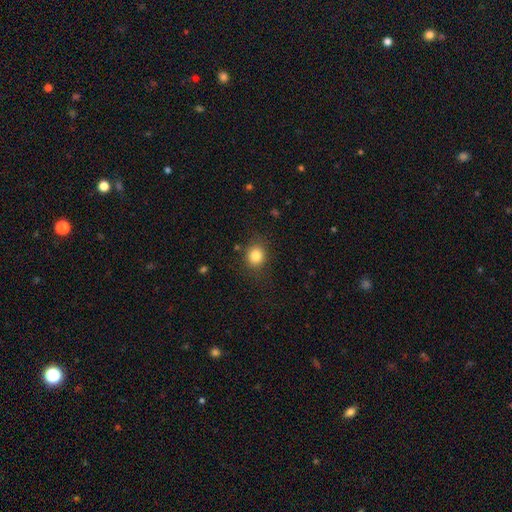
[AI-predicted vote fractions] This is clearly a smooth galaxy (83%). How rounded: likely round (77%). Merging: clearly none (83%).